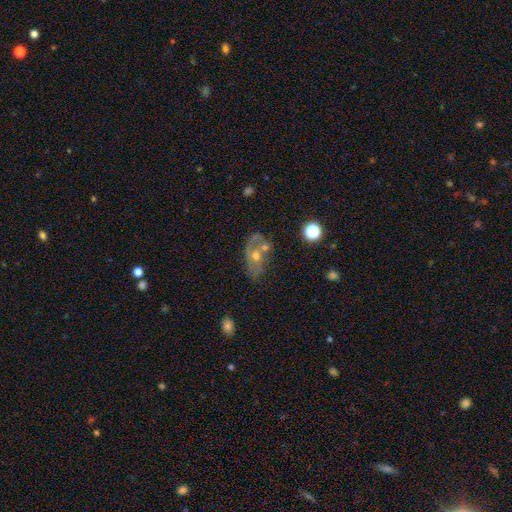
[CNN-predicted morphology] Smooth or featured? Predicted: featured or disk (p=0.58). Edge-on disk? Predicted: no (p=0.91). Bar? Predicted: no (p=0.80). Spiral arms? Predicted: no (p=0.57). Bulge size? Predicted: moderate (p=0.61). Merging? Predicted: none (p=0.44).